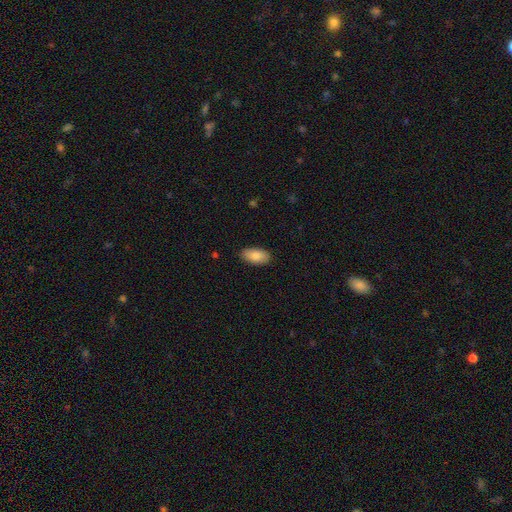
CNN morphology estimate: smooth 85%, featured or disk 9%, star or artifact 6%. Down the decision tree: how rounded — in between (93%); merging — none (88%).